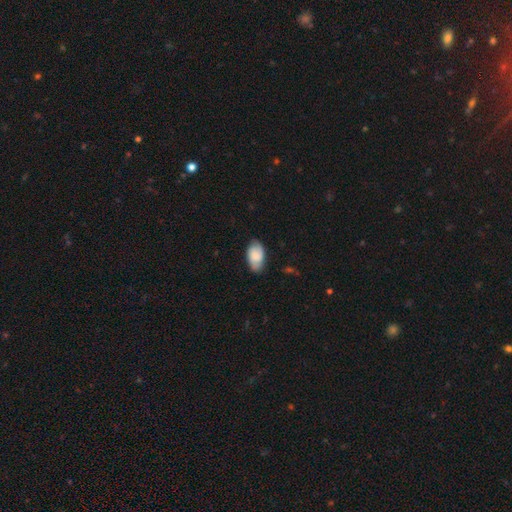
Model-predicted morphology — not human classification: smooth 69%, featured or disk 23%, star or artifact 7%. Down the decision tree: how rounded — in between (93%); merging — none (72%).